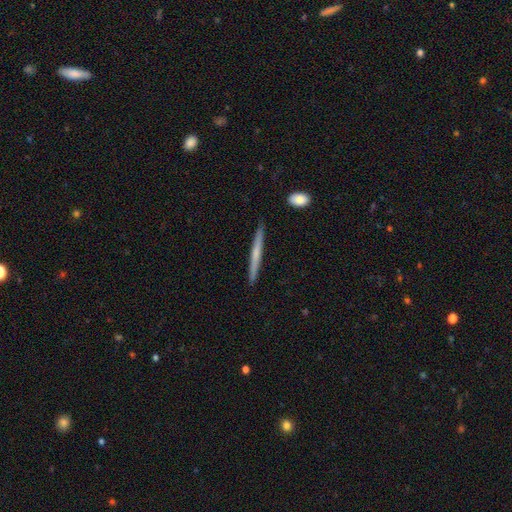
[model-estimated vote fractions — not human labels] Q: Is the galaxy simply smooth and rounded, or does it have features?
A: smooth — 52%.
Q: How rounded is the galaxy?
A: cigar-shaped — 97%.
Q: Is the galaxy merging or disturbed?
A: none — 90%.